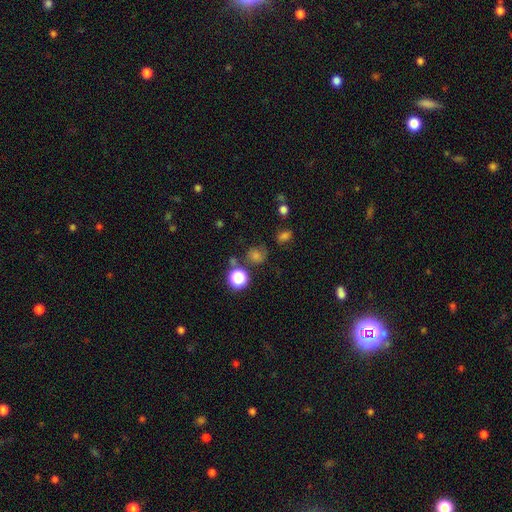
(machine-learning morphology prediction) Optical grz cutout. It shows a smooth galaxy with no disk features (56%) that is round (78%). Merging: none (68%).